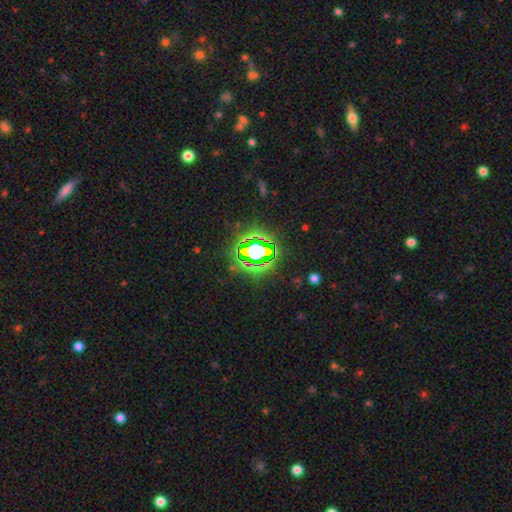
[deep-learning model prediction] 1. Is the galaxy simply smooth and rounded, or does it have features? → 75% star or artifact, 14% smooth, 11% featured or disk.